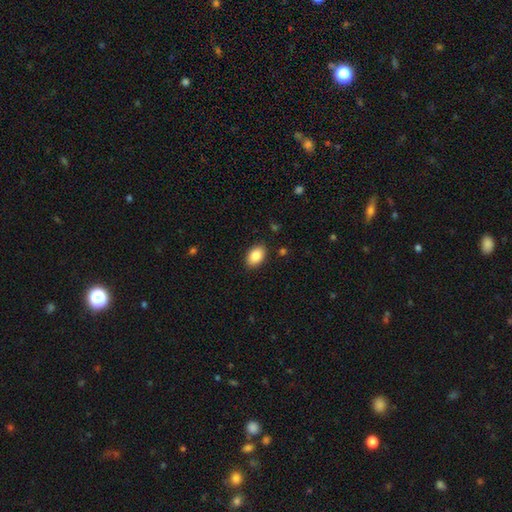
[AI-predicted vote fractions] smooth-or-featured: smooth: 87% | star or artifact: 7% | featured or disk: 6%
  how-rounded: in between: 90% | round: 9% | cigar-shaped: 1%
  merging: none: 88% | minor disturbance: 9% | major disturbance: 2% | merger: 1%